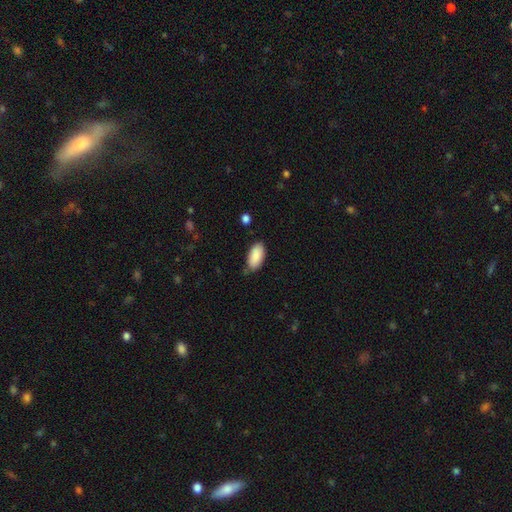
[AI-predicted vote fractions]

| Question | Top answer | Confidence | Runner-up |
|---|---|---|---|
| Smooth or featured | smooth | 87% | featured or disk (7%) |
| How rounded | in between | 94% | cigar-shaped (4%) |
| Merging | none | 77% | minor disturbance (18%) |